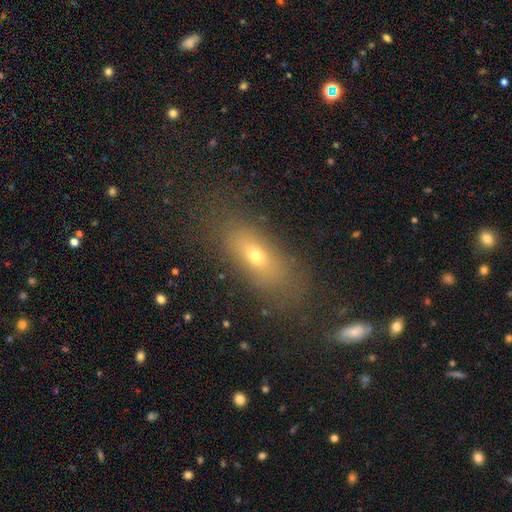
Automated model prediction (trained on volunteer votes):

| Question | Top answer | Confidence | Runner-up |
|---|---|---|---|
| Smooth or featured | smooth | 61% | featured or disk (22%) |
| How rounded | in between | 66% | cigar-shaped (26%) |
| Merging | none | 75% | minor disturbance (14%) |